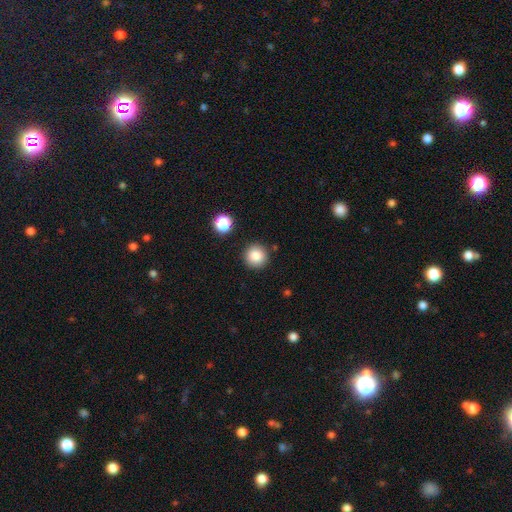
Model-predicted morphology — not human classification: Q: Smooth or featured?
A: smooth (84%); runner-up: star or artifact (11%)
Q: How rounded?
A: round (95%); runner-up: in between (4%)
Q: Merging?
A: none (89%); runner-up: minor disturbance (7%)